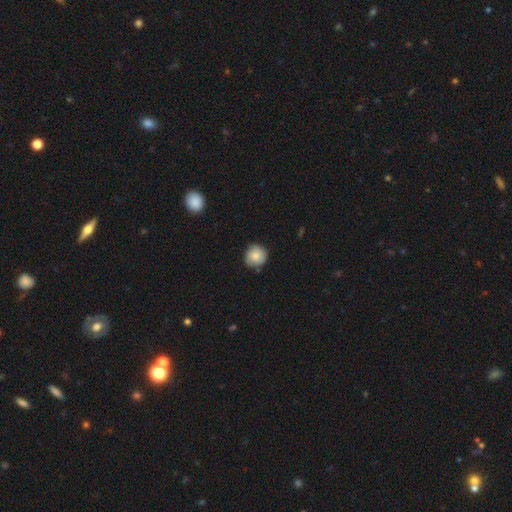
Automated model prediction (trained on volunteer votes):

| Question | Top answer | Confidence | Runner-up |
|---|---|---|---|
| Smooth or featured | smooth | 78% | featured or disk (14%) |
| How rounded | round | 93% | in between (6%) |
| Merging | none | 80% | minor disturbance (16%) |